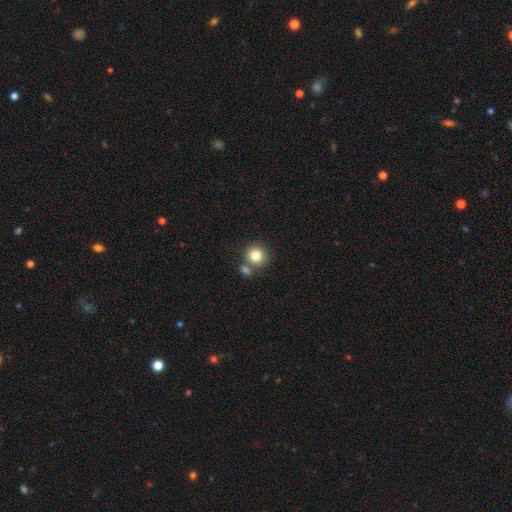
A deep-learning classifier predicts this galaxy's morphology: smooth_or_featured: smooth (p=0.81) [alt: star or artifact p=0.10]
how_rounded: round (p=0.90) [alt: in between p=0.09]
merging: none (p=0.64) [alt: merger p=0.24]